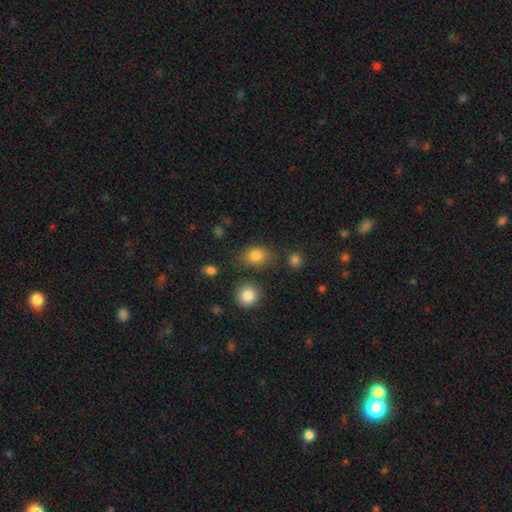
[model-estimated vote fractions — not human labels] Overall: smooth (81%). How rounded: in between (57%; round 42%). Merging: none (73%).